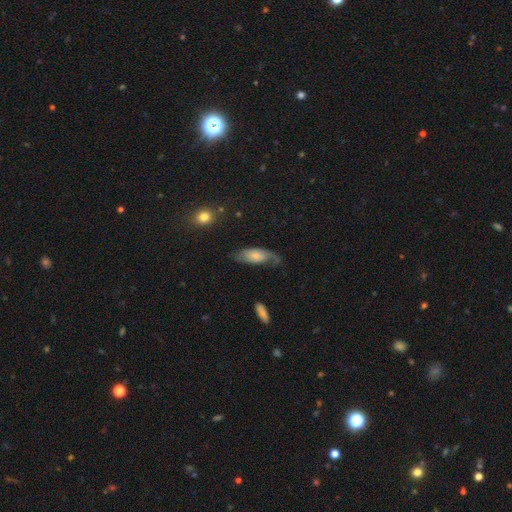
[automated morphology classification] This is possibly a smooth galaxy (55%). How rounded: clearly in between (83%). Merging: marginally none (42%).